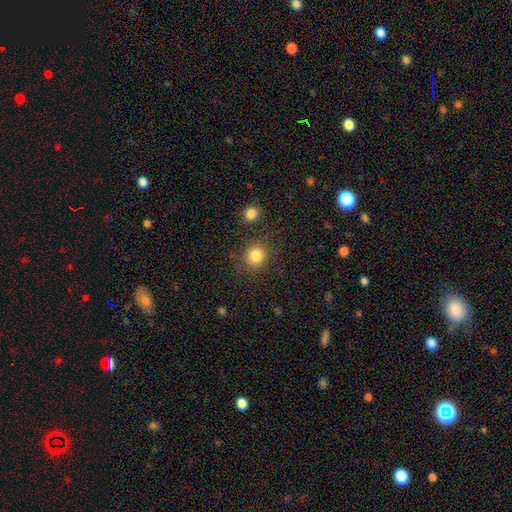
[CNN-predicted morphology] type=smooth (84%); roundness=round (84%); merging=none (83%).